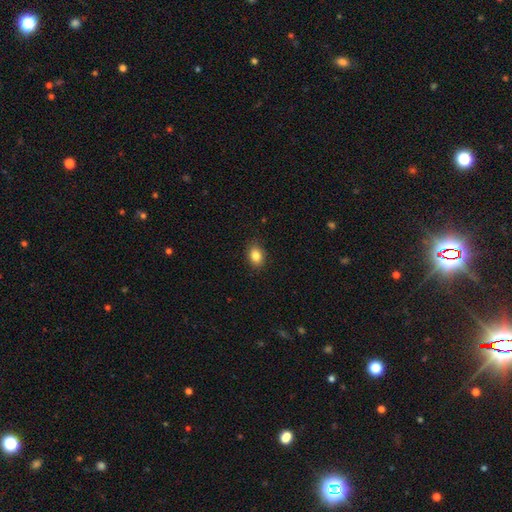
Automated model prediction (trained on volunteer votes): smooth_or_featured: smooth (p=0.85) [alt: star or artifact p=0.09]
how_rounded: in between (p=0.69) [alt: round p=0.30]
merging: none (p=0.87) [alt: minor disturbance p=0.09]